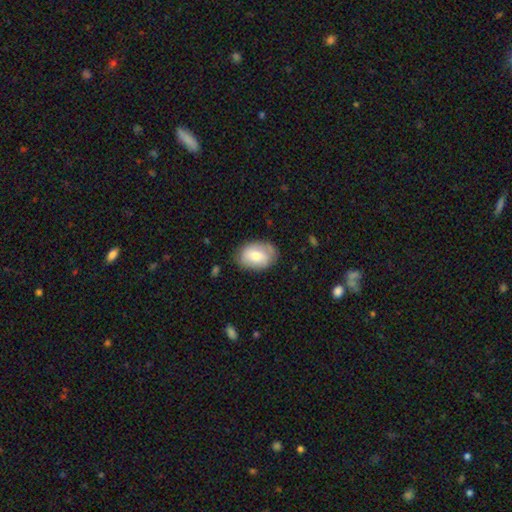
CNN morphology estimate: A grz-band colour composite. It shows a smooth galaxy with no disk features (68%) that is in between round and cigar-shaped (83%). Merging: none (73%).